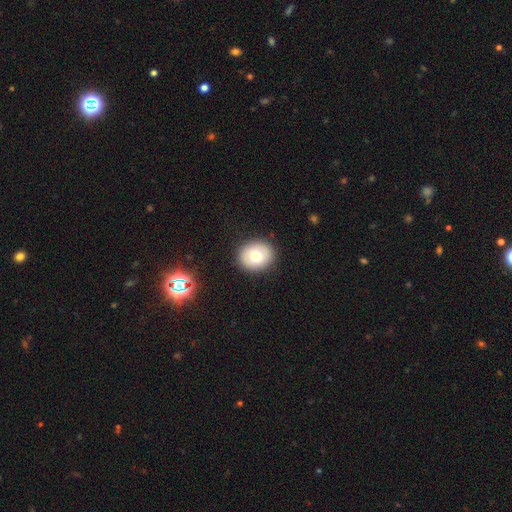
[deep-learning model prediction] smooth_or_featured: smooth (p=0.71) [alt: featured or disk p=0.19]
how_rounded: round (p=0.66) [alt: in between p=0.33]
merging: none (p=0.89) [alt: minor disturbance p=0.07]